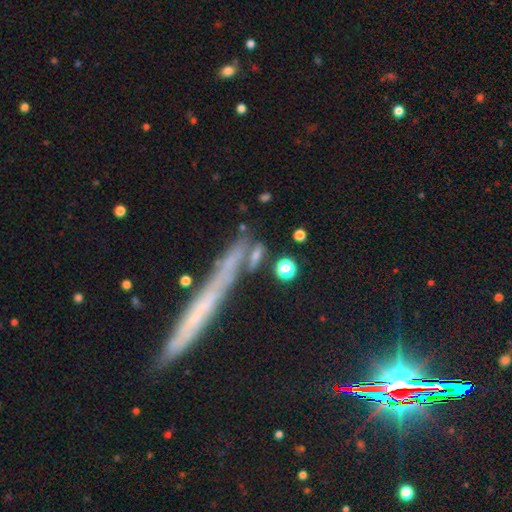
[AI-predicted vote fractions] This is possibly a smooth galaxy (59%). How rounded: possibly cigar-shaped (55%). Merging: likely none (61%).